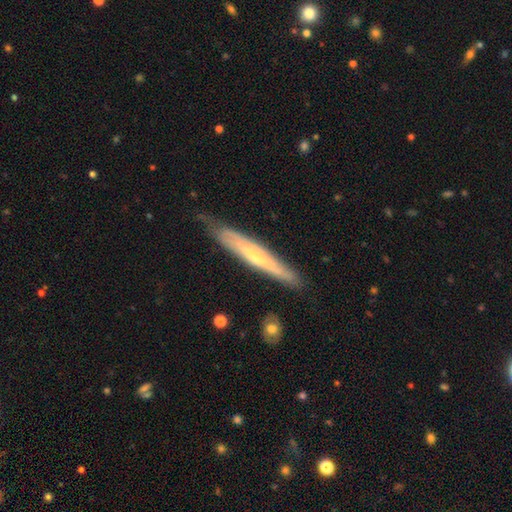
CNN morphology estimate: Smooth or featured?
  - featured or disk: 56% *
  - smooth: 39%
  - star or artifact: 6%
Edge-on disk?
  - yes: 80% *
  - no: 20%
Merging?
  - none: 73% *
  - minor disturbance: 21%
  - major disturbance: 4%
  - merger: 2%